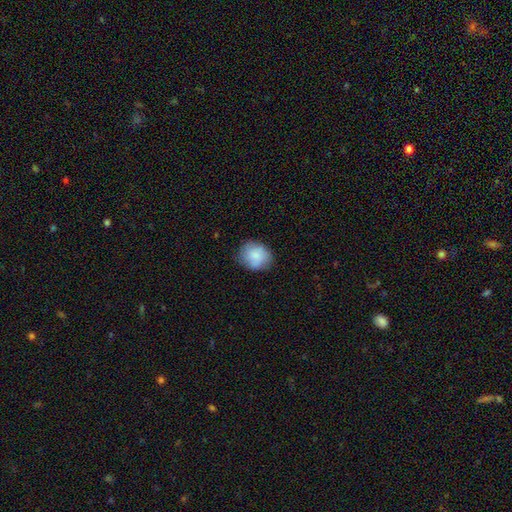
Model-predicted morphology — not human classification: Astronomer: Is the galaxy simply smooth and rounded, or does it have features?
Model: smooth — 84%.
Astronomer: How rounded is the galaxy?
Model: round — 70%.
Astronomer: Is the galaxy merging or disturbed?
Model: none — 78%.